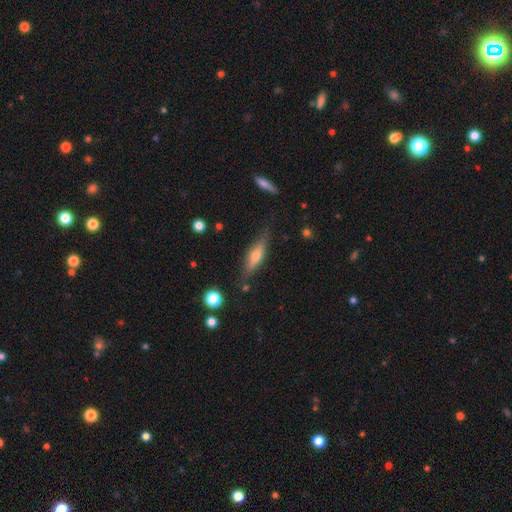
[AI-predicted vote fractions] The model was most divided on "smooth or featured": featured or disk: 49%, smooth: 44%, star or artifact: 7%. More confident: merging — none (77%).